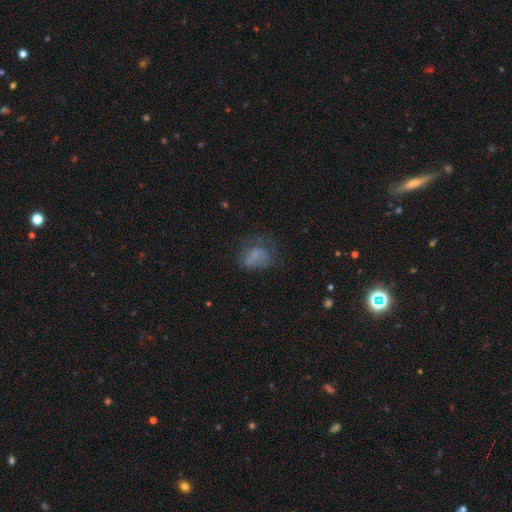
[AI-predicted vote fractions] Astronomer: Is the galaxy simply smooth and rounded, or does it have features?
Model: smooth — 51% (runner-up: featured or disk, 32%).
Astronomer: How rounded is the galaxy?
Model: in between — 61% (runner-up: round, 37%).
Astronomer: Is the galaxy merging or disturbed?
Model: none — 40% (runner-up: major disturbance, 32%).